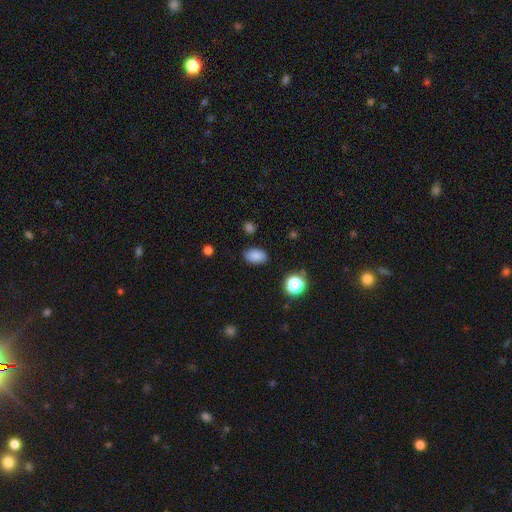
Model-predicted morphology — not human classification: smooth 85%, star or artifact 11%, featured or disk 4%. Down the decision tree: how rounded — in between (86%); merging — none (84%).